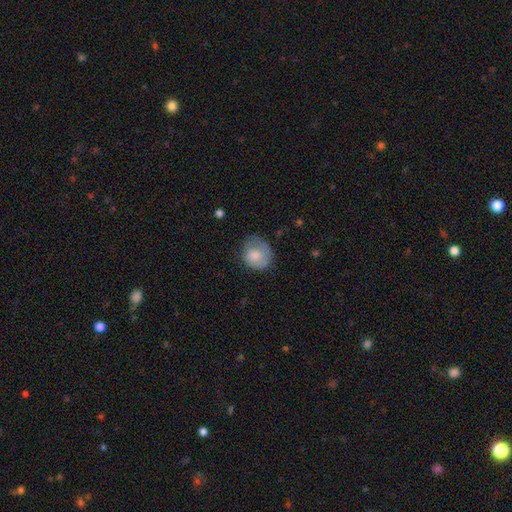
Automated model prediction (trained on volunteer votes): Overall: smooth (72%). How rounded: round (71%). Merging: none (52%; minor disturbance 30%).